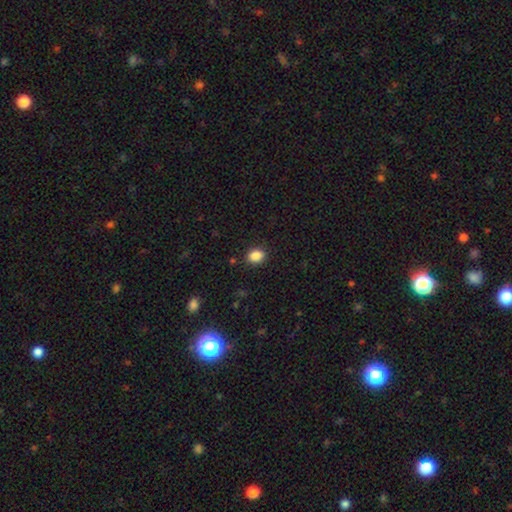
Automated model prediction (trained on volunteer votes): A smooth galaxy with no disk features (87%) that is round (51%).

Vote fractions:
- Smooth or featured? smooth: 87% / star or artifact: 10% / featured or disk: 3%
- How rounded? round: 51% / in between: 48% / cigar-shaped: 1%
- Merging? none: 88% / minor disturbance: 8% / major disturbance: 2% / merger: 1%